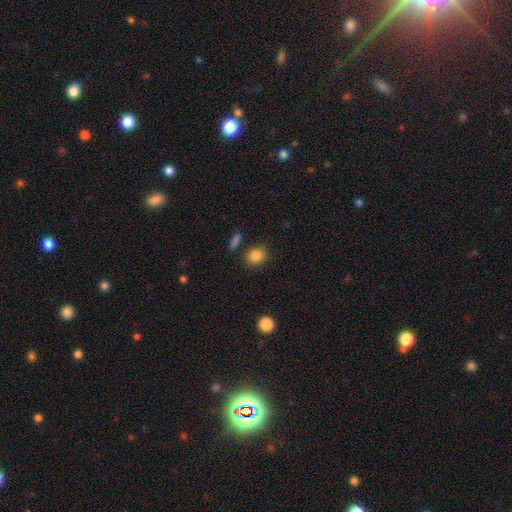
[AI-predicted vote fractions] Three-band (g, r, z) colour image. It shows a smooth galaxy with no disk features (86%) that is round (56%). Merging: none (81%).